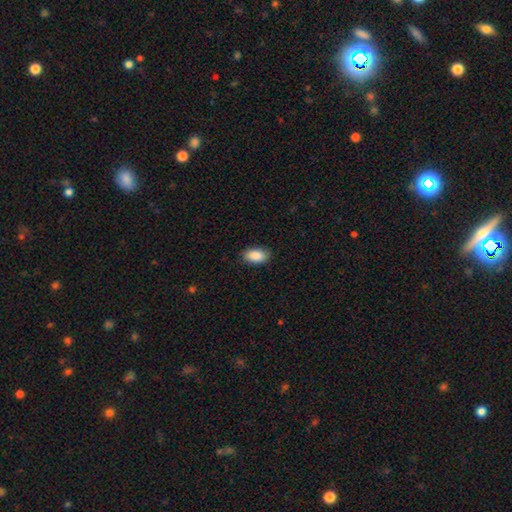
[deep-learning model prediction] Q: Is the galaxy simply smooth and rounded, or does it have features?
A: smooth — 89%.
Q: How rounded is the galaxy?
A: in between — 94%.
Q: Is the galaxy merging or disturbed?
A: none — 87%.